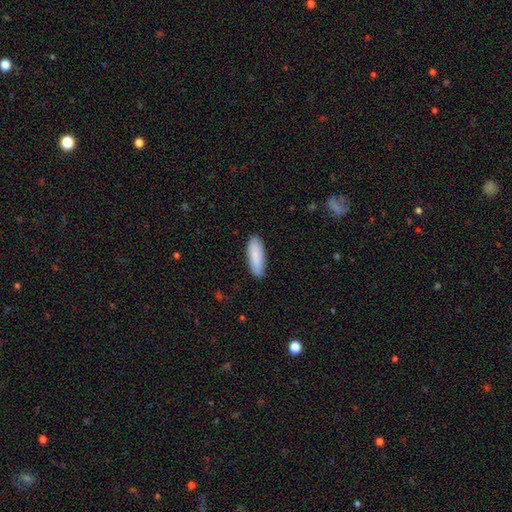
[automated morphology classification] This is clearly a smooth galaxy (87%). How rounded: likely in between (62%). Merging: clearly none (86%).